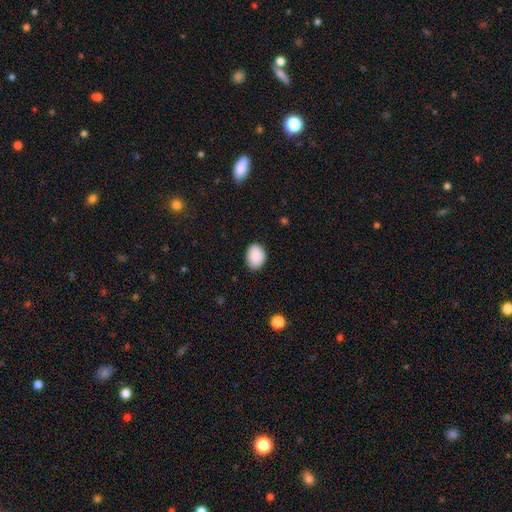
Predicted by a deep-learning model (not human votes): This is clearly a smooth galaxy (88%). How rounded: likely in between (68%). Merging: clearly none (83%).